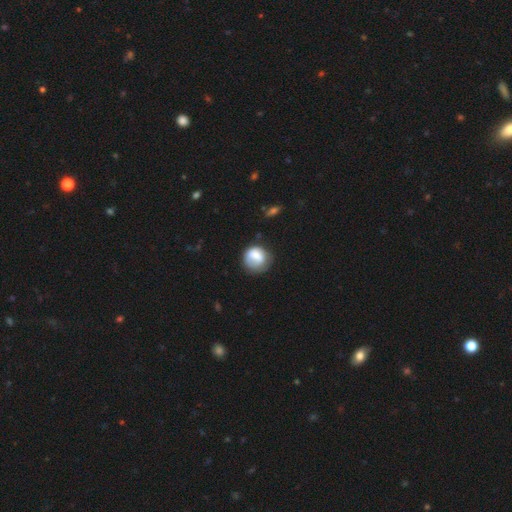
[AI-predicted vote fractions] smooth 74%, featured or disk 18%, star or artifact 8%. Down the decision tree: how rounded — round (83%); merging — none (60%).